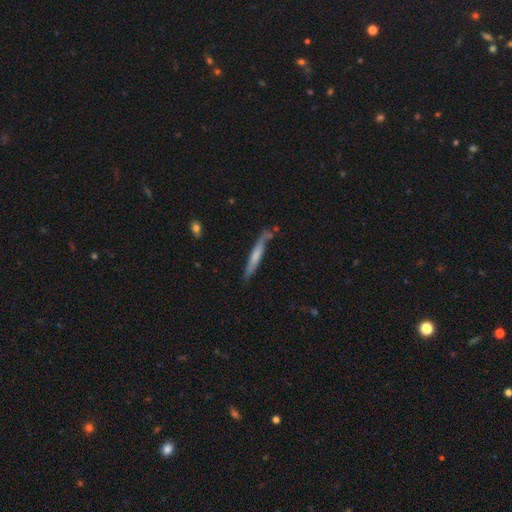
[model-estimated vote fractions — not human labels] Q: Smooth or featured?
A: smooth (54%); runner-up: featured or disk (41%)
Q: How rounded?
A: cigar-shaped (94%); runner-up: in between (4%)
Q: Merging?
A: none (71%); runner-up: minor disturbance (20%)